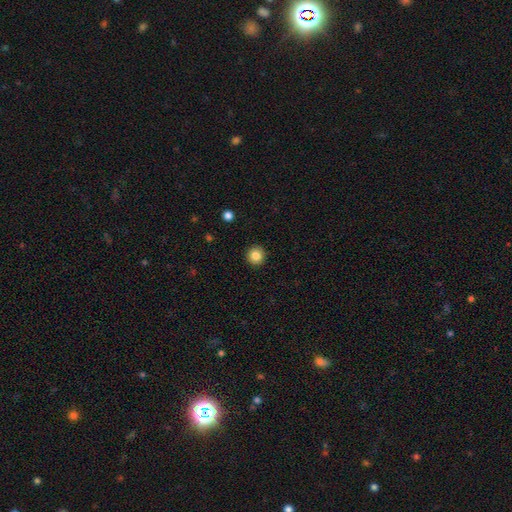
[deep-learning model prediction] This appears to be a smooth galaxy with no disk features (85%) that is round (94%). Merging: none (93%).